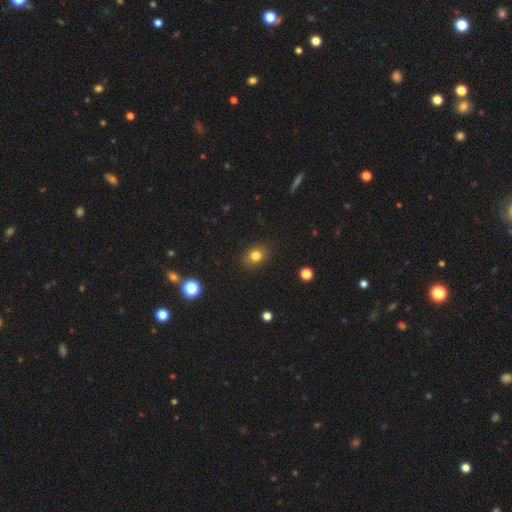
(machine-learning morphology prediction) Overall: smooth (80%). How rounded: in between (54%; round 45%). Merging: none (86%).